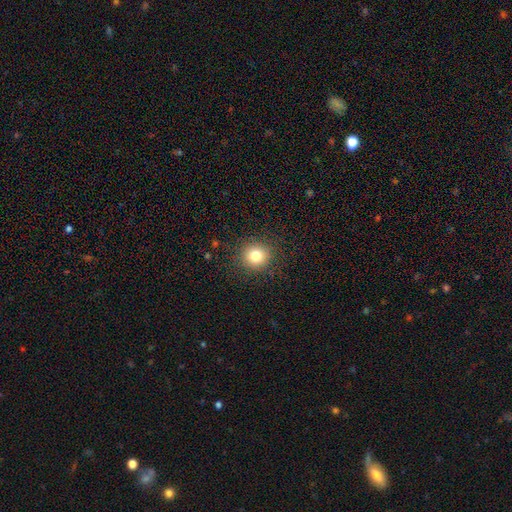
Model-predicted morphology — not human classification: smooth_or_featured: smooth (p=0.80) [alt: star or artifact p=0.12]
how_rounded: round (p=0.89) [alt: in between p=0.10]
merging: none (p=0.90) [alt: minor disturbance p=0.07]